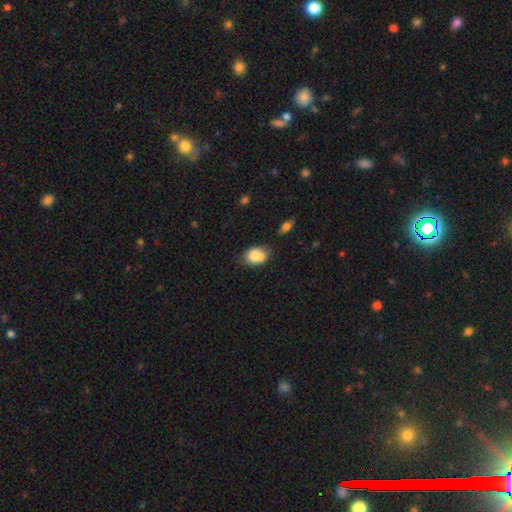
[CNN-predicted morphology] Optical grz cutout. It shows a smooth galaxy with no disk features (83%) that is in between round and cigar-shaped (74%). Merging: none (56%).